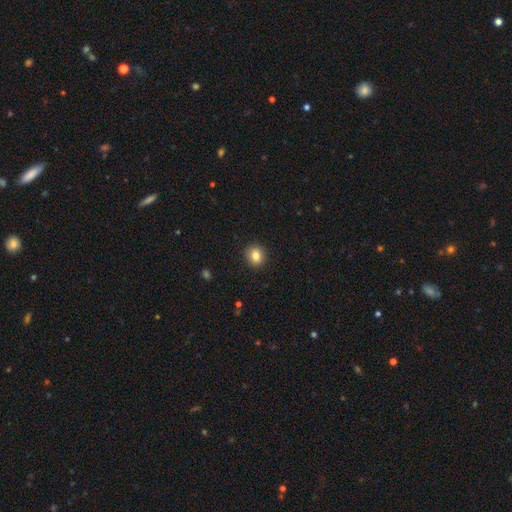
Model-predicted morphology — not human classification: Overall: smooth (84%). How rounded: round (78%). Merging: none (91%).